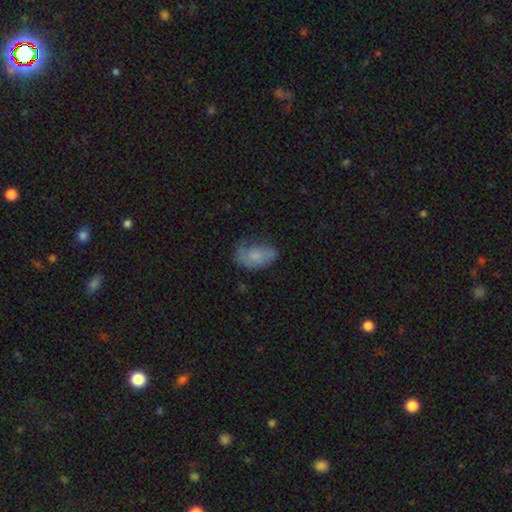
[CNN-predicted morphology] smooth 69%, featured or disk 23%, star or artifact 9%. Down the decision tree: how rounded — in between (90%); merging — none (45%).